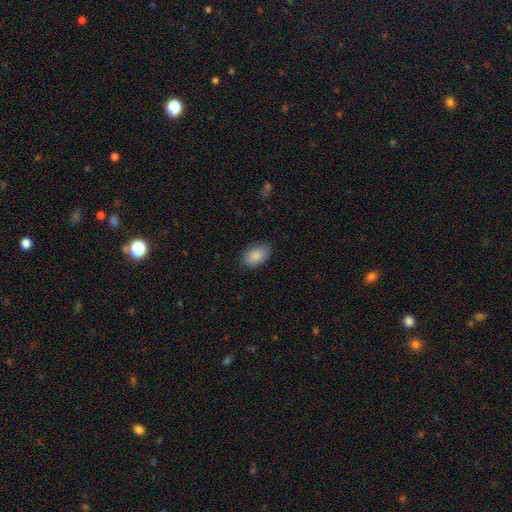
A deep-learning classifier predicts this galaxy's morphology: Smooth or featured: smooth — 88% (star or artifact — 6%)
How rounded: in between — 93% (round — 5%)
Merging: none — 84% (minor disturbance — 13%)